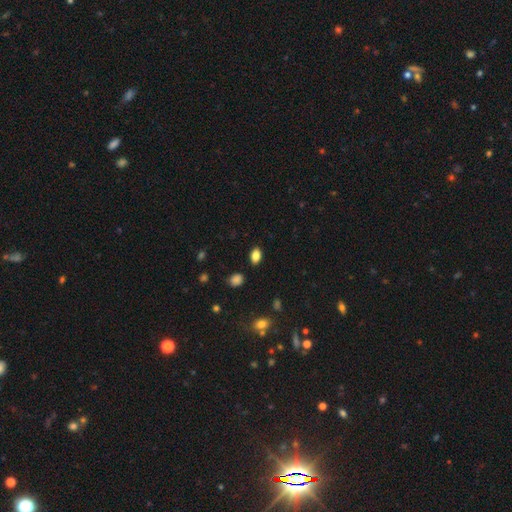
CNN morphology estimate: smooth-or-featured: smooth: 85% | star or artifact: 10% | featured or disk: 6%
  how-rounded: in between: 87% | round: 11% | cigar-shaped: 2%
  merging: none: 87% | minor disturbance: 9% | major disturbance: 2% | merger: 2%